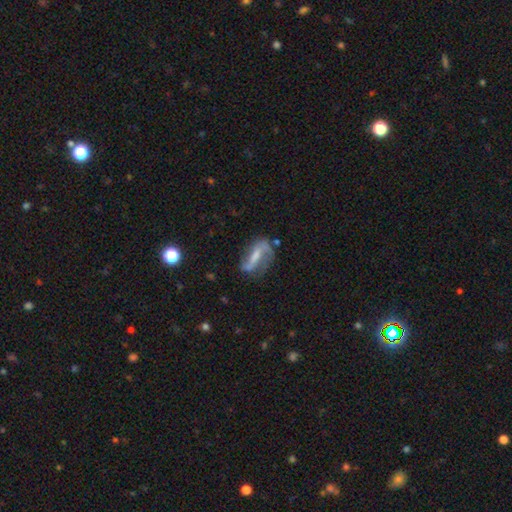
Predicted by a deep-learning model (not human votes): Smooth or featured: featured or disk — 70% (smooth — 21%)
Edge-on disk: no — 89% (yes — 11%)
Bar: strong — 44% (weak — 33%)
Spiral arms: yes — 82% (no — 18%)
Spiral winding: loose — 56% (medium — 30%)
Spiral arm count: 2 — 75% (1 — 12%)
Bulge size: small — 45% (moderate — 33%)
Merging: none — 55% (minor disturbance — 22%)